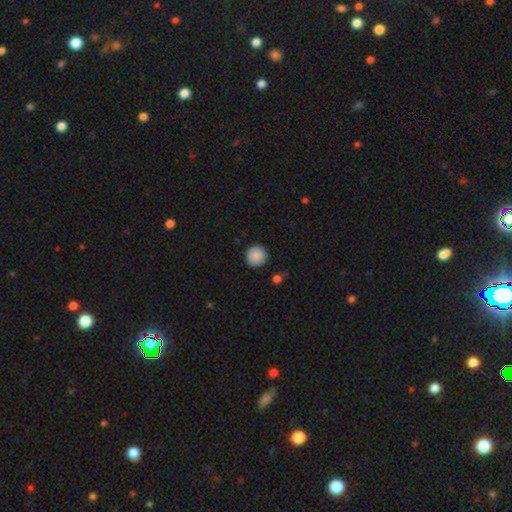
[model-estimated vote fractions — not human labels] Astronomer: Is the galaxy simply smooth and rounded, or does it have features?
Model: smooth — 89%.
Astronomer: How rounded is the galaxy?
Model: round — 96%.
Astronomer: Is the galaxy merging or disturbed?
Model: none — 90%.